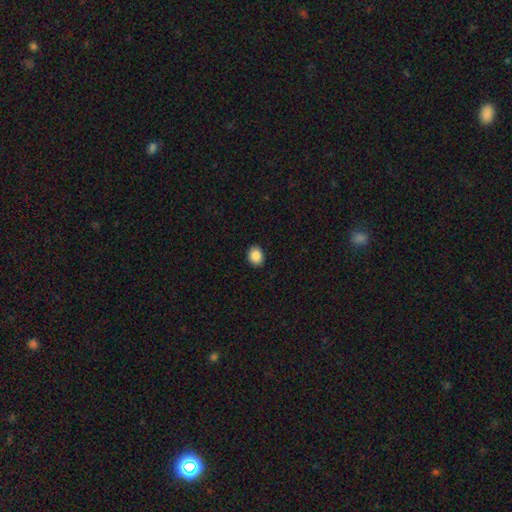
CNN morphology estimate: Smooth or featured?
  - smooth: 87% *
  - star or artifact: 9%
  - featured or disk: 4%
How rounded?
  - round: 57% *
  - in between: 42%
  - cigar-shaped: 1%
Merging?
  - none: 91% *
  - minor disturbance: 6%
  - major disturbance: 2%
  - merger: 1%